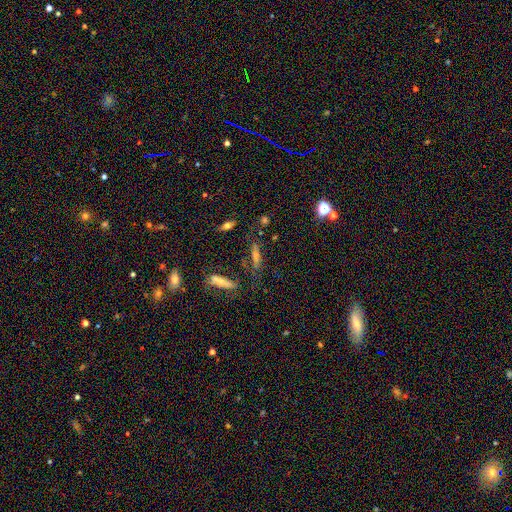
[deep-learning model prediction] smooth_or_featured: smooth (p=0.41) [alt: featured or disk p=0.38]
merging: none (p=0.65) [alt: minor disturbance p=0.18]